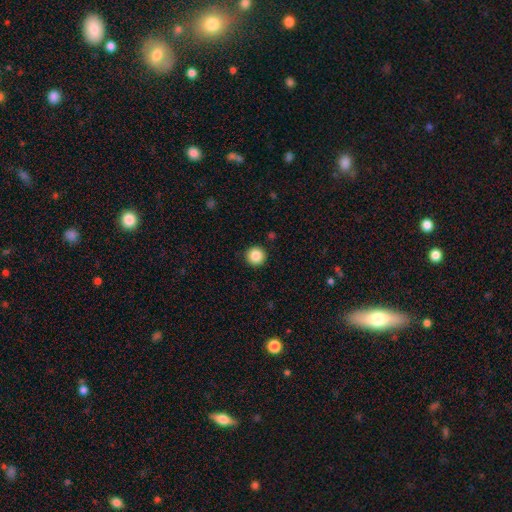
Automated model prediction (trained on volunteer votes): Smooth or featured?
  - smooth: 87% *
  - star or artifact: 9%
  - featured or disk: 4%
How rounded?
  - round: 96% *
  - in between: 3%
  - cigar-shaped: 1%
Merging?
  - none: 93% *
  - minor disturbance: 5%
  - major disturbance: 2%
  - merger: 1%